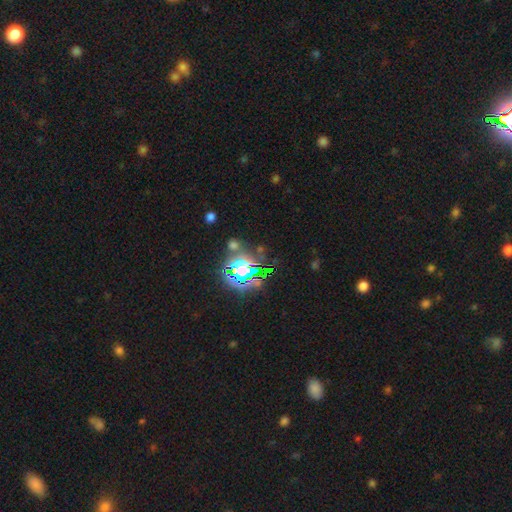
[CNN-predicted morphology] Smooth or featured? Predicted: star or artifact (p=0.78).